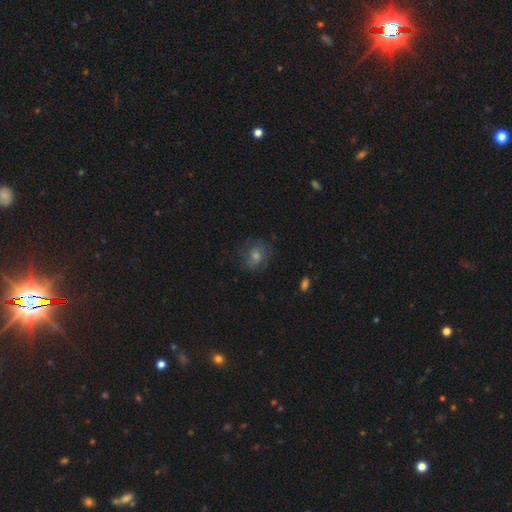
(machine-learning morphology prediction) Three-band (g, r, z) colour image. It shows a featured or disk galaxy (41%). Merging: none (74%).